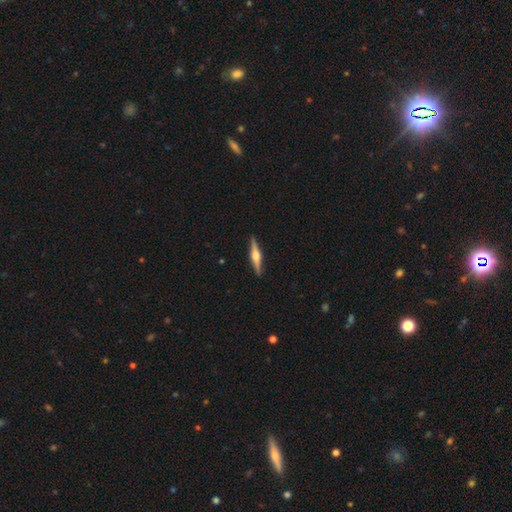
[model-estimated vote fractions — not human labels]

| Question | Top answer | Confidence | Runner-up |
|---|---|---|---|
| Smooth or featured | featured or disk | 75% | smooth (20%) |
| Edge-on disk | yes | 98% | no (2%) |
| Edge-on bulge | rounded | 90% | boxy (7%) |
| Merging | none | 91% | minor disturbance (6%) |